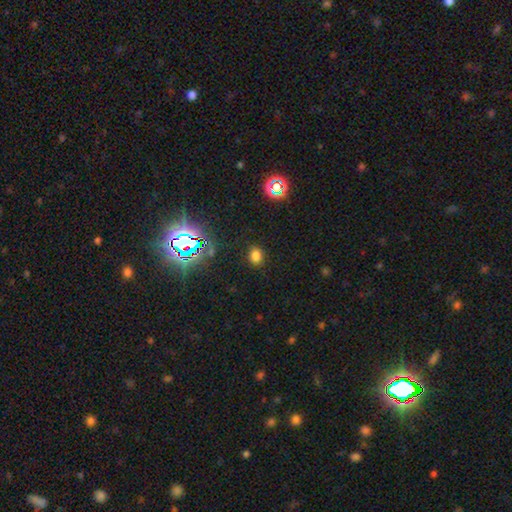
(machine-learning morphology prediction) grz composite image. It shows a smooth galaxy with no disk features (72%) that is in between round and cigar-shaped (56%). Merging: none (86%).